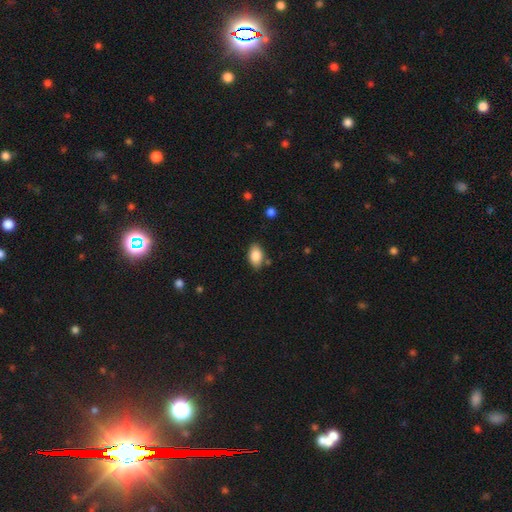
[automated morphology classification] A smooth galaxy with no disk features (86%) that is in between round and cigar-shaped (90%). Merging: none (80%).